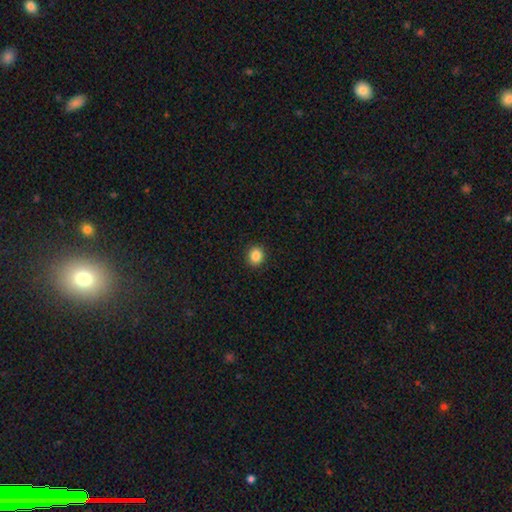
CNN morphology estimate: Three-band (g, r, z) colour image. It shows a smooth galaxy with no disk features (87%) that is round (80%). Merging: none (92%).